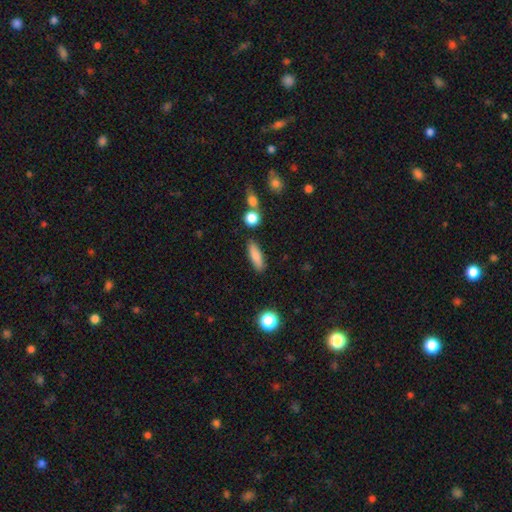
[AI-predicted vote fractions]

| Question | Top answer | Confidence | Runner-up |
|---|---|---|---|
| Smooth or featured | smooth | 81% | featured or disk (11%) |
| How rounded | cigar-shaped | 55% | in between (42%) |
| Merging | none | 85% | minor disturbance (9%) |